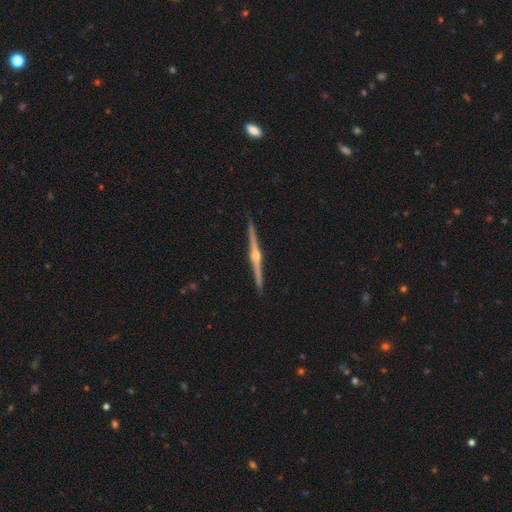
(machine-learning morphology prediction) Overall: featured or disk (89%). Edge-on disk: yes (99%). Edge-on bulge: rounded (94%). Merging: none (93%).